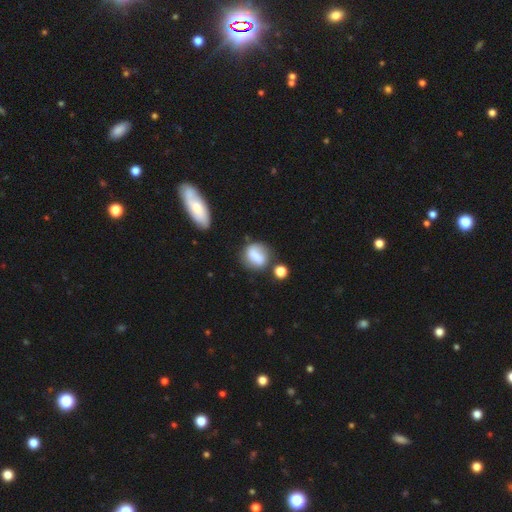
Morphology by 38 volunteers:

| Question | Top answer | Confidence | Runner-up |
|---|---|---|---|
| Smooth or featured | smooth | 53% | featured or disk (39%) |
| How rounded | in between | 55% | round (40%) |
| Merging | none | 69% | merger (17%) |